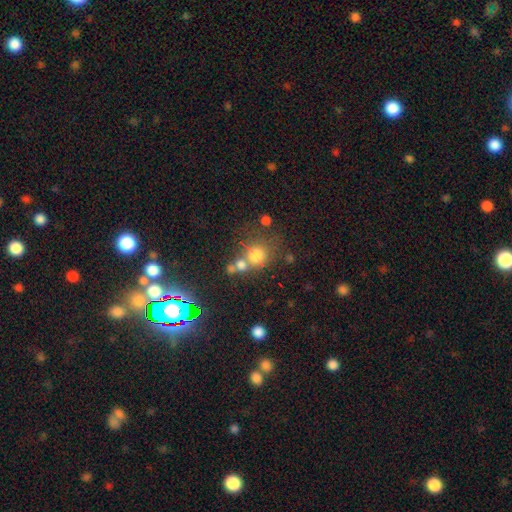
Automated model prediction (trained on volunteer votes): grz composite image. It shows a smooth galaxy with no disk features (70%) that is round (79%). Merging: none (44%).